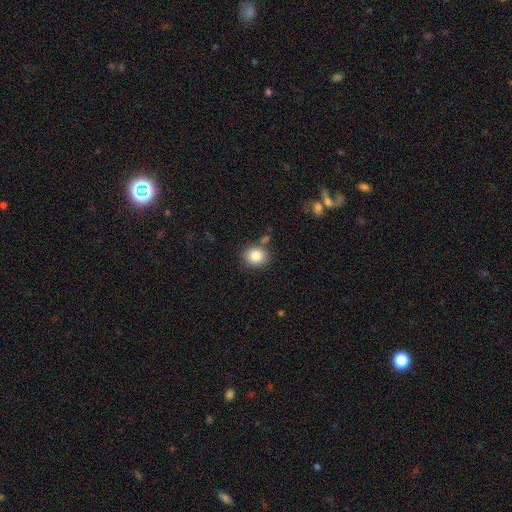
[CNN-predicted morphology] A smooth galaxy with no disk features (84%) that is round (75%).

Vote fractions:
- Smooth or featured? smooth: 84% / star or artifact: 9% / featured or disk: 6%
- How rounded? round: 75% / in between: 24% / cigar-shaped: 1%
- Merging? none: 78% / minor disturbance: 10% / merger: 8% / major disturbance: 3%